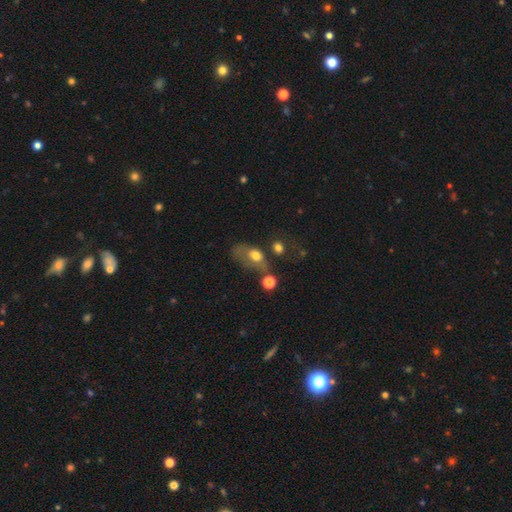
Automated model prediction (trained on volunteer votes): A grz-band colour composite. It shows a smooth galaxy with no disk features (68%) that is in between round and cigar-shaped (77%). Merging: major disturbance (38%).